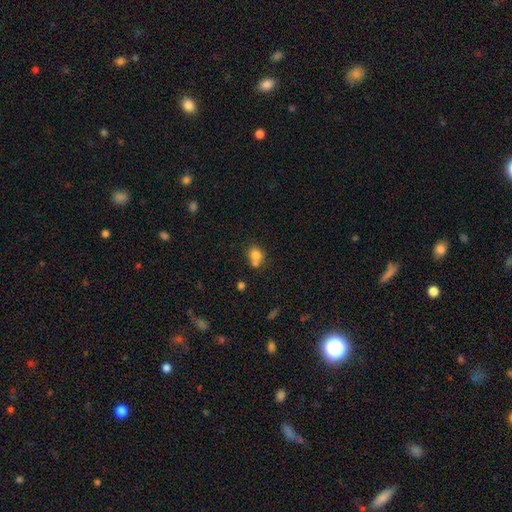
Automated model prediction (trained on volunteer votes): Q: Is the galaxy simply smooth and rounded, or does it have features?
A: smooth — 77%.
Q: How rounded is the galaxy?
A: round — 60%.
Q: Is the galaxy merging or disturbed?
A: none — 45%.